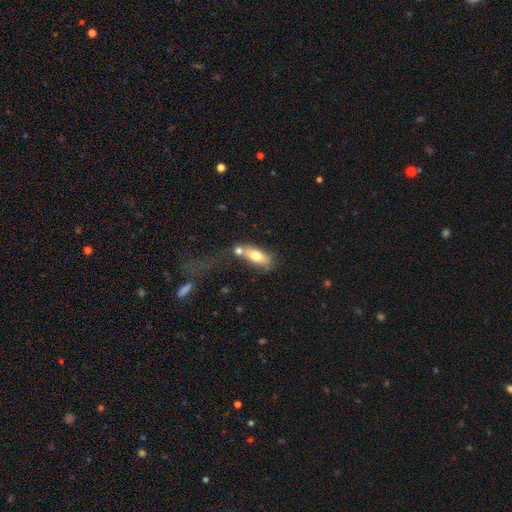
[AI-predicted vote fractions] Q: Smooth or featured?
A: smooth (67%); runner-up: featured or disk (25%)
Q: How rounded?
A: in between (77%); runner-up: cigar-shaped (18%)
Q: Merging?
A: none (39%); runner-up: merger (36%)